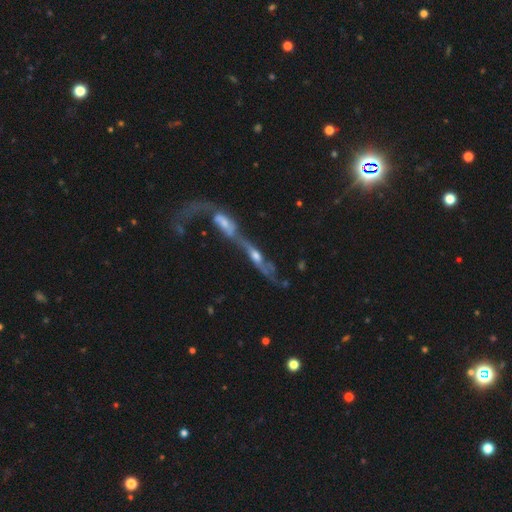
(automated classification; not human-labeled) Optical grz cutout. It shows a featured or disk galaxy (66%). Merging: merger (75%).